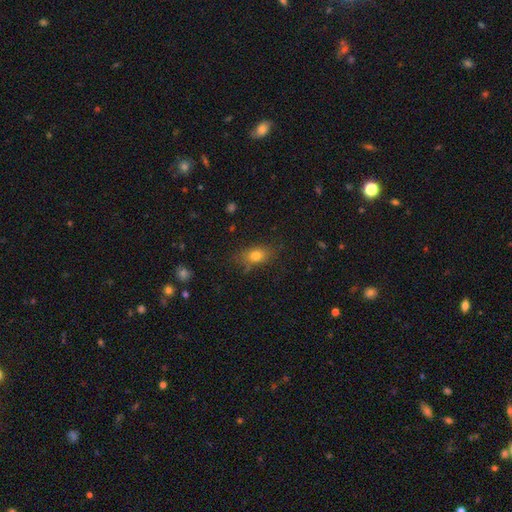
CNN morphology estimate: A smooth galaxy with no disk features (78%) that is in between round and cigar-shaped (76%). Merging: none (75%).